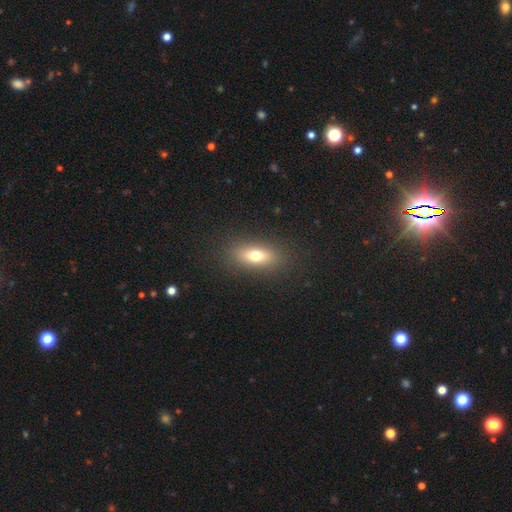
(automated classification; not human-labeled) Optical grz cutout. It shows a smooth galaxy with no disk features (70%) that is in between round and cigar-shaped (73%). Merging: none (88%).